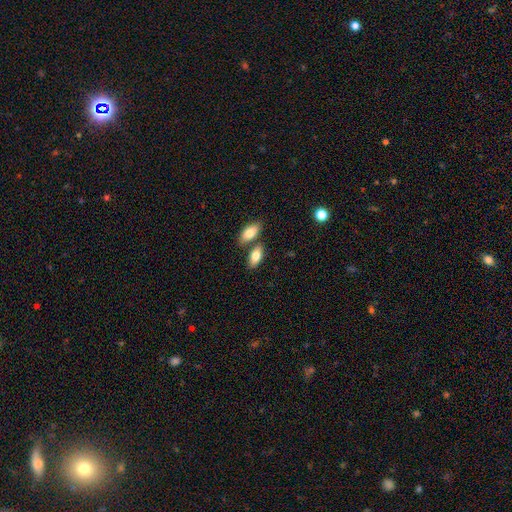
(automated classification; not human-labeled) A smooth galaxy with no disk features (79%) that is in between round and cigar-shaped (87%).

Vote fractions:
- Smooth or featured? smooth: 79% / featured or disk: 15% / star or artifact: 6%
- How rounded? in between: 87% / cigar-shaped: 9% / round: 4%
- Merging? none: 60% / merger: 27% / minor disturbance: 10% / major disturbance: 3%